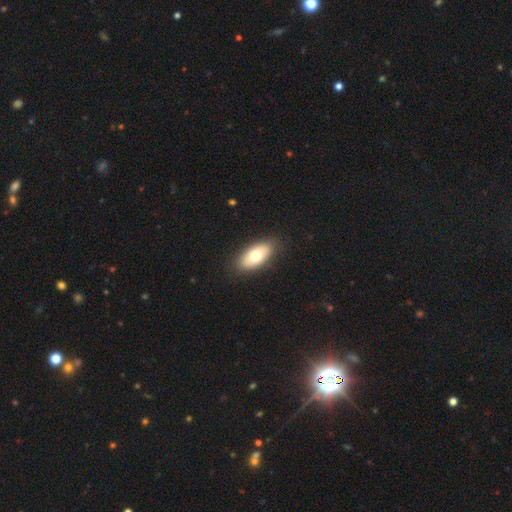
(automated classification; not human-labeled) This is likely a smooth galaxy (68%). How rounded: clearly in between (91%). Merging: clearly none (87%).